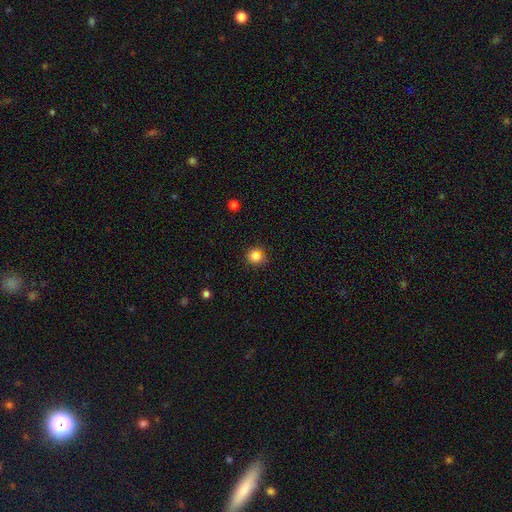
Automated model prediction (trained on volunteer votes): Smooth or featured?
  - smooth: 82% *
  - star or artifact: 13%
  - featured or disk: 5%
How rounded?
  - round: 87% *
  - in between: 12%
  - cigar-shaped: 1%
Merging?
  - none: 80% *
  - minor disturbance: 14%
  - major disturbance: 3%
  - merger: 3%